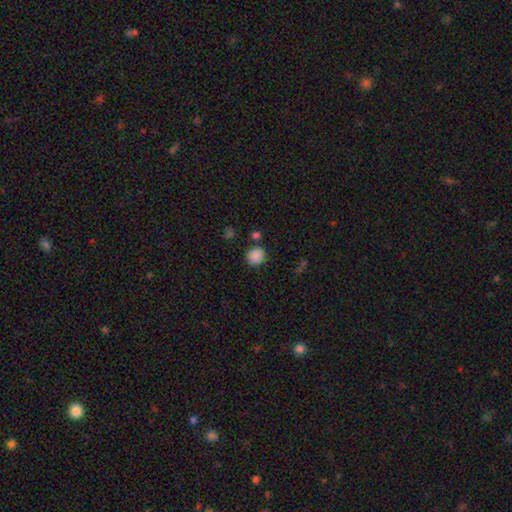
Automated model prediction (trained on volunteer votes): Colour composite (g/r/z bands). It shows a smooth galaxy with no disk features (86%) that is round (88%). Merging: none (84%).